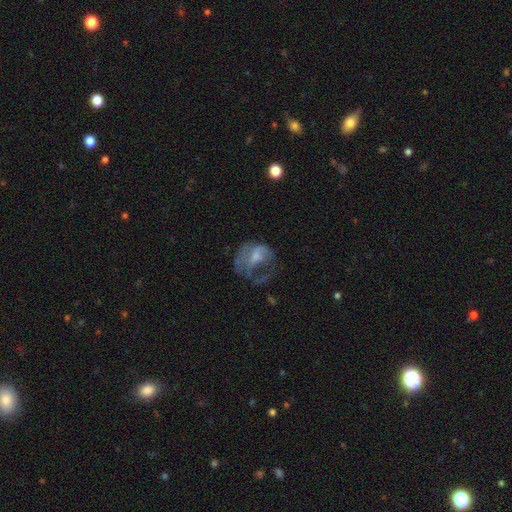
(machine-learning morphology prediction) A featured or disk galaxy (48%). Merging: major disturbance (51%).